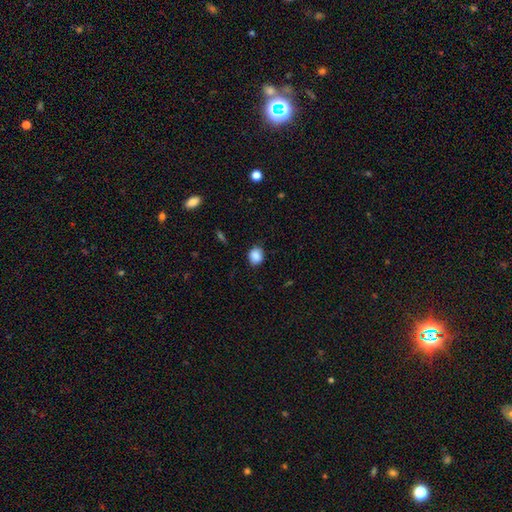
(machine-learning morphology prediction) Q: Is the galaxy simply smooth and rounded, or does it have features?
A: smooth — 87%.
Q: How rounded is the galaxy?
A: round — 61%.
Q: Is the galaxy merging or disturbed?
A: none — 82%.